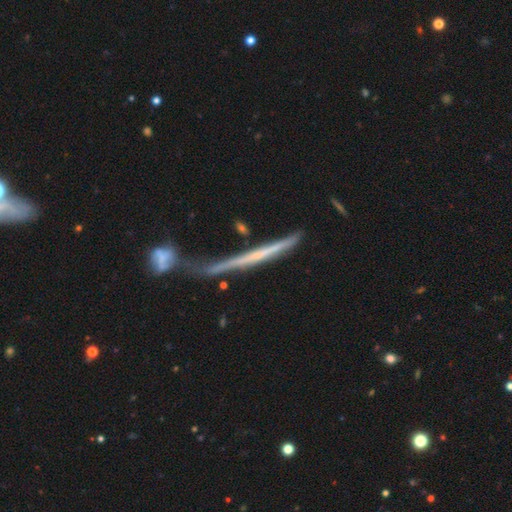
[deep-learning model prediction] Overall: featured or disk (63%; smooth 30%). Edge-on disk: yes (92%). Edge-on bulge: none (83%). Merging: none (48%; merger 27%).